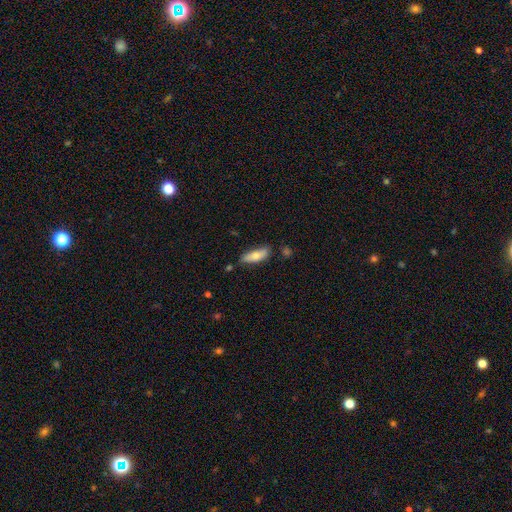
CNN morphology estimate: A smooth galaxy with no disk features (70%) that is in between round and cigar-shaped (59%). Merging: none (73%).